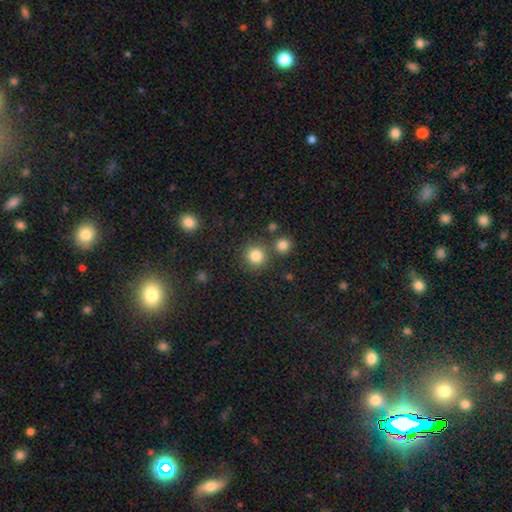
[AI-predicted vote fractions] Smooth or featured? smooth (83%)
How rounded? round (92%)
Merging? none (79%)